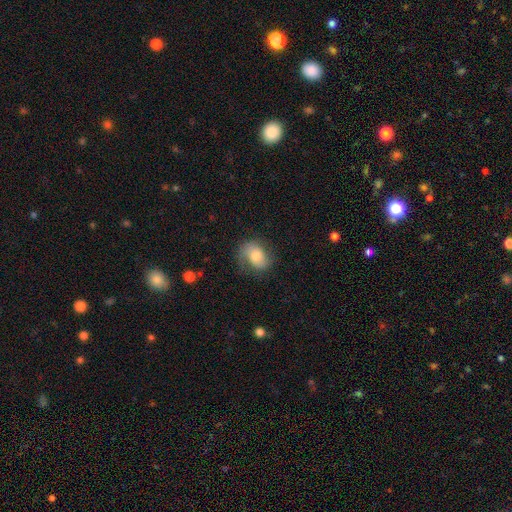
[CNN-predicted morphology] Smooth or featured? Predicted: smooth (p=0.51). How rounded? Predicted: in between (p=0.66). Merging? Predicted: none (p=0.60).